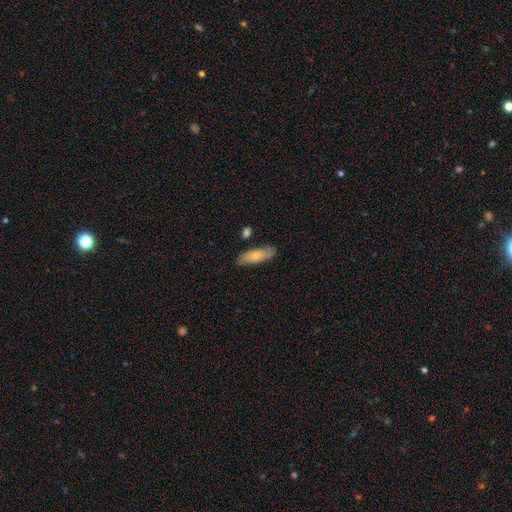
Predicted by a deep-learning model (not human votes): Smooth or featured: smooth — 71% (featured or disk — 23%)
How rounded: in between — 64% (cigar-shaped — 34%)
Merging: none — 75% (minor disturbance — 18%)